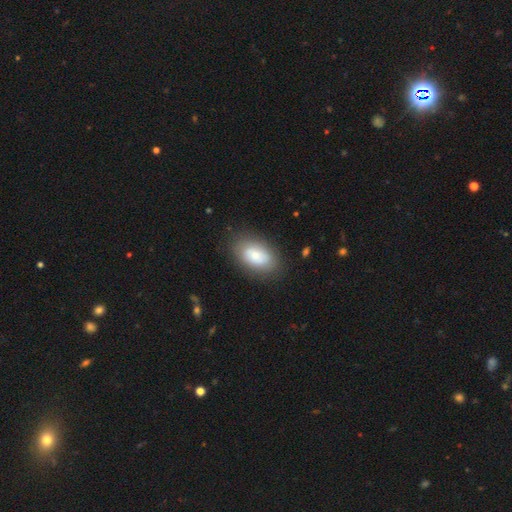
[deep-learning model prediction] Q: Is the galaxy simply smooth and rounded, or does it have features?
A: smooth — 74%.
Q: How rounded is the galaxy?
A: in between — 91%.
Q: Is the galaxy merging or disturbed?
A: none — 79%.